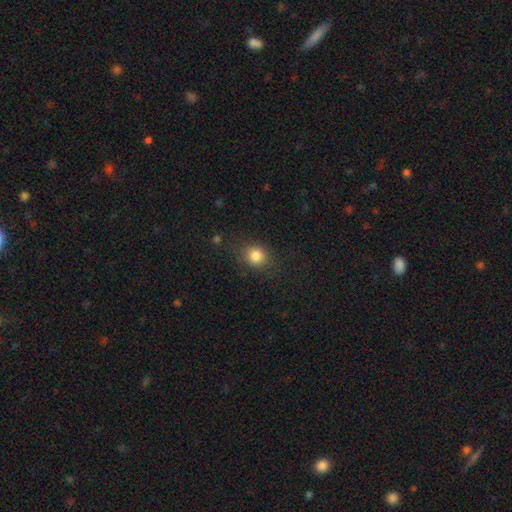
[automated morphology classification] type=smooth (83%); roundness=round (74%); merging=none (80%).